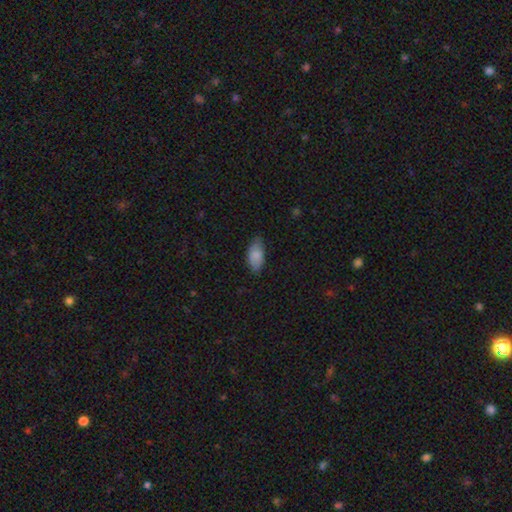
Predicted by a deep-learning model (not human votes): Smooth or featured?
  - smooth: 86% *
  - featured or disk: 8%
  - star or artifact: 6%
How rounded?
  - in between: 92% *
  - cigar-shaped: 5%
  - round: 2%
Merging?
  - none: 73% *
  - minor disturbance: 22%
  - major disturbance: 4%
  - merger: 1%